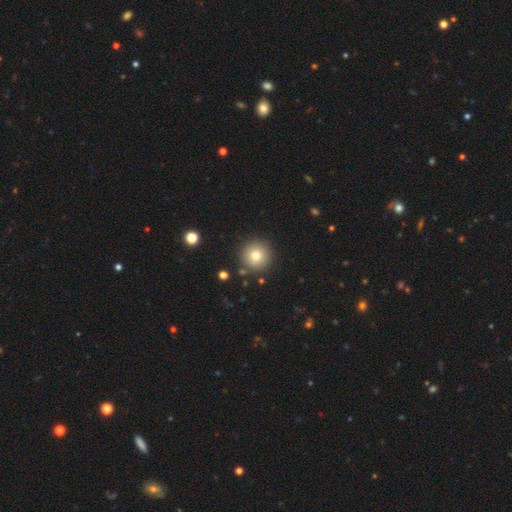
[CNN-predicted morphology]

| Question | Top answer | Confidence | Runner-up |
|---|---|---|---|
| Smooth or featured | smooth | 77% | star or artifact (12%) |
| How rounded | round | 96% | in between (3%) |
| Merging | none | 88% | minor disturbance (7%) |